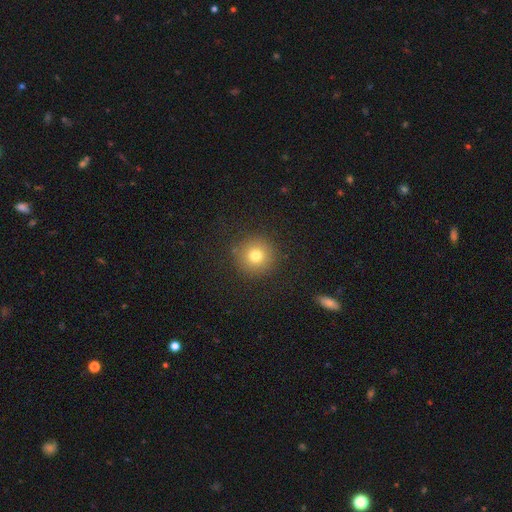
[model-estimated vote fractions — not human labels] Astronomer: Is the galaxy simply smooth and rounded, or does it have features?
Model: smooth — 75%.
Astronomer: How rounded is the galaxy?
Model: round — 95%.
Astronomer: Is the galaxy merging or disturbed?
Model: none — 90%.